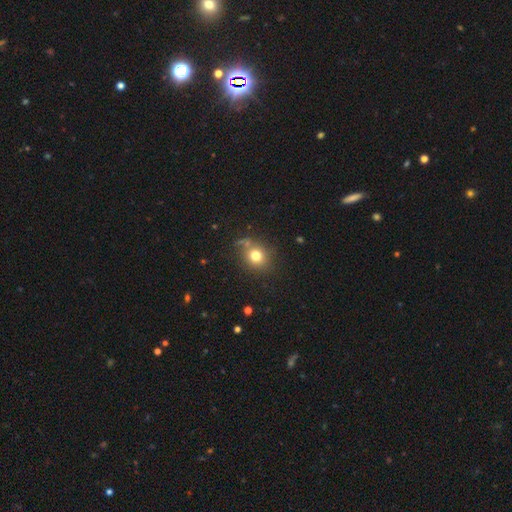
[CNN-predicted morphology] Smooth or featured? smooth (76%)
How rounded? round (79%)
Merging? none (73%)